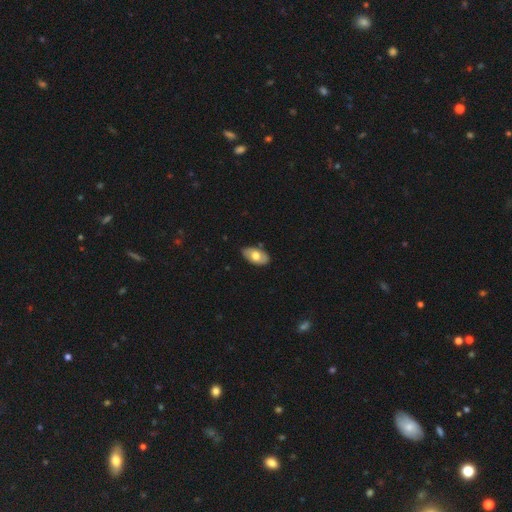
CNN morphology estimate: Smooth or featured? smooth (62%)
How rounded? in between (94%)
Merging? none (83%)